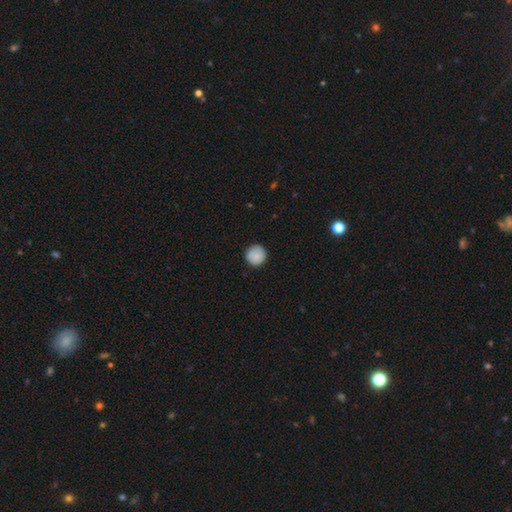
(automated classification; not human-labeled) smooth_or_featured: smooth (p=0.87) [alt: star or artifact p=0.07]
how_rounded: round (p=0.95) [alt: in between p=0.04]
merging: none (p=0.90) [alt: minor disturbance p=0.07]